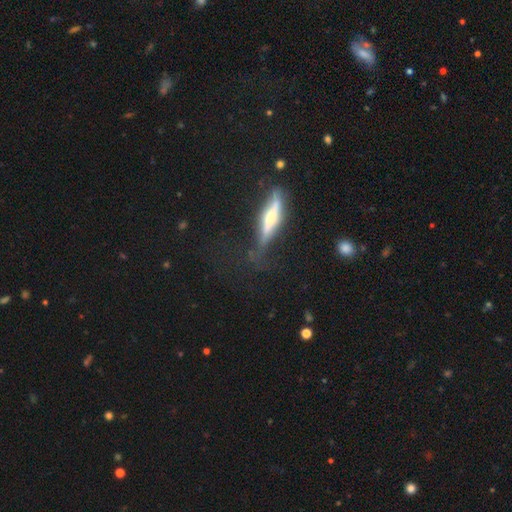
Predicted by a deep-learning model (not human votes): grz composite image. It shows a featured or disk galaxy (53%) viewed edge-on (85%). Merging: none (55%).